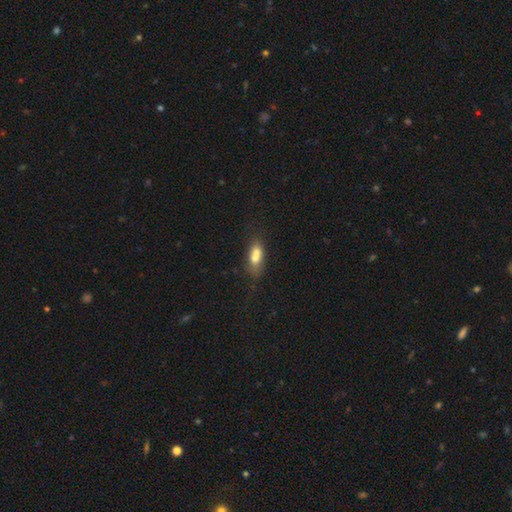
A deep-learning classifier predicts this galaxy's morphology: Overall: smooth (65%). How rounded: in between (72%). Merging: merger (54%; none 29%).